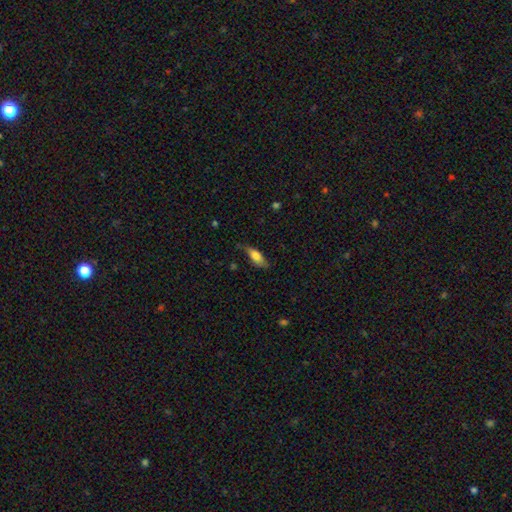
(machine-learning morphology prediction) smooth 68%, featured or disk 26%, star or artifact 7%. Down the decision tree: how rounded — in between (66%); merging — none (65%).